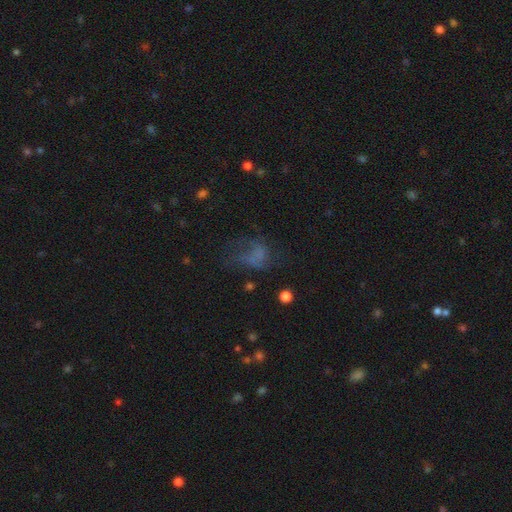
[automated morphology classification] Overall: smooth (46%; featured or disk 29%). Merging: major disturbance (42%; none 33%).